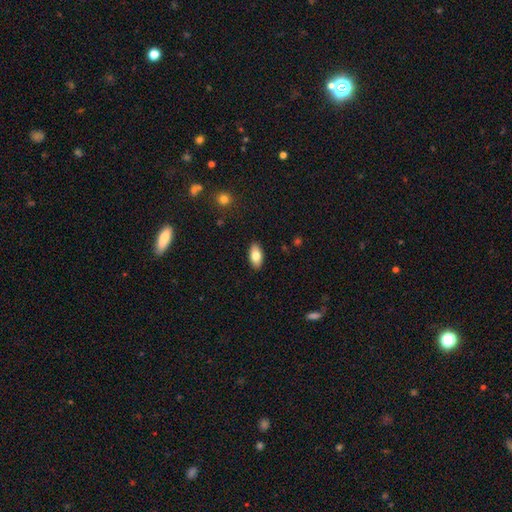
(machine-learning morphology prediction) smooth 79%, featured or disk 15%, star or artifact 7%. Down the decision tree: how rounded — in between (91%); merging — none (89%).